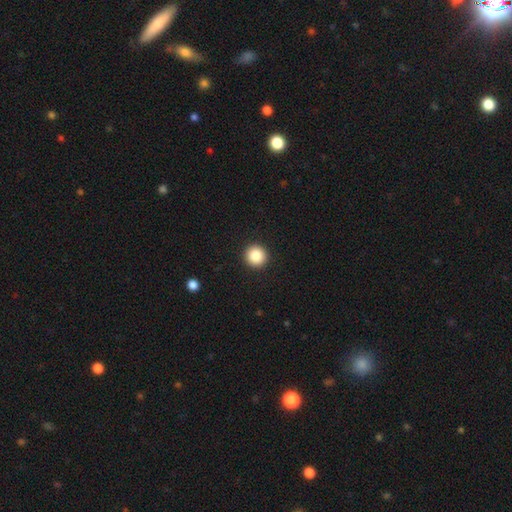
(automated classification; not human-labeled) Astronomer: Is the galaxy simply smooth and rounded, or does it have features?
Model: smooth — 87%.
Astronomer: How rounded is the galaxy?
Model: round — 96%.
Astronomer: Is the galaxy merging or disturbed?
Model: none — 93%.